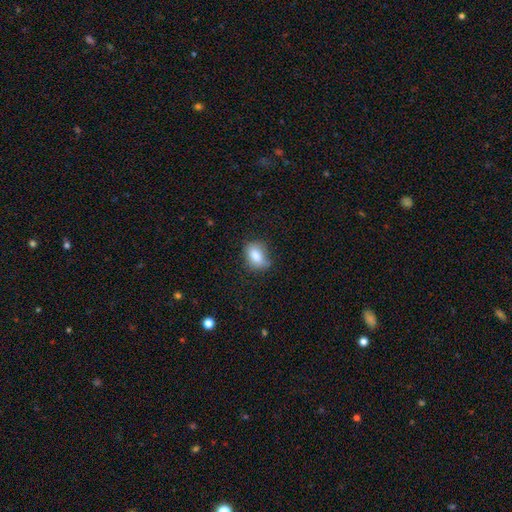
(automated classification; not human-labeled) smooth 83%, featured or disk 8%, star or artifact 8%. Down the decision tree: how rounded — in between (78%); merging — none (64%).